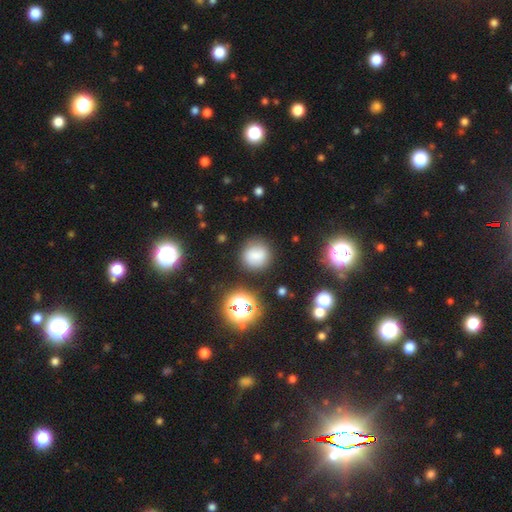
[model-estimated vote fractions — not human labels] Smooth or featured? Predicted: smooth (p=0.72). How rounded? Predicted: round (p=0.87). Merging? Predicted: none (p=0.80).